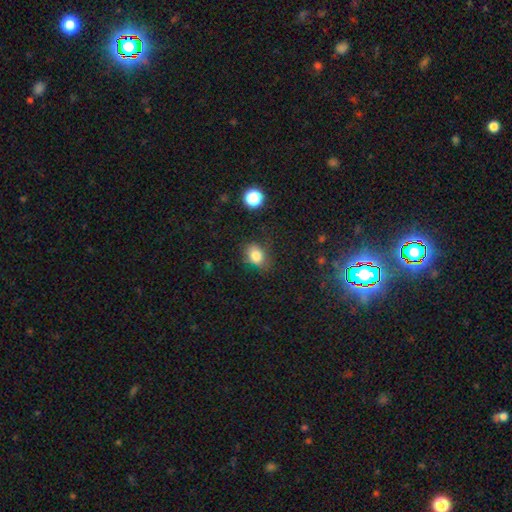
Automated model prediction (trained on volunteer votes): Q: Smooth or featured?
A: smooth (81%); runner-up: star or artifact (11%)
Q: How rounded?
A: in between (63%); runner-up: round (36%)
Q: Merging?
A: none (71%); runner-up: minor disturbance (20%)